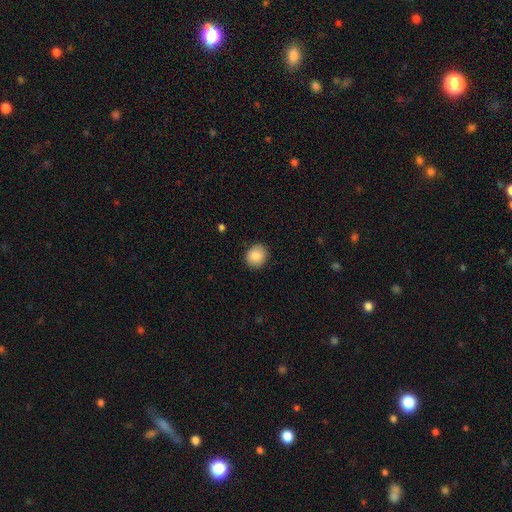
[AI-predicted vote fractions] A smooth galaxy with no disk features (86%) that is round (72%).

Vote fractions:
- Smooth or featured? smooth: 86% / star or artifact: 8% / featured or disk: 6%
- How rounded? round: 72% / in between: 27% / cigar-shaped: 1%
- Merging? none: 88% / minor disturbance: 9% / major disturbance: 2% / merger: 1%